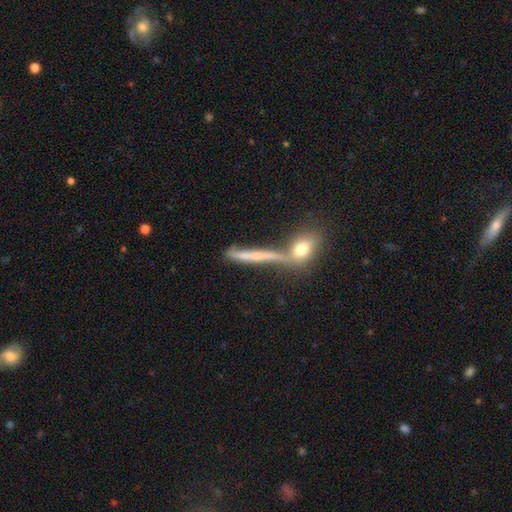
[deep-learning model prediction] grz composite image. It shows a featured or disk galaxy (48%). Merging: none (54%).